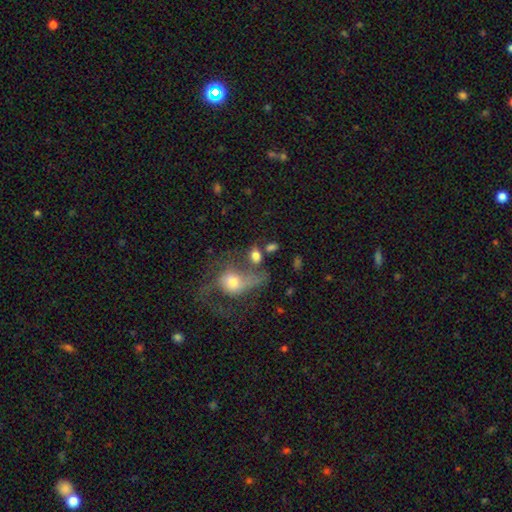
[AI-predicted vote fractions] Overall: smooth (68%). How rounded: in between (68%; round 28%). Merging: none (36%; merger 34%).